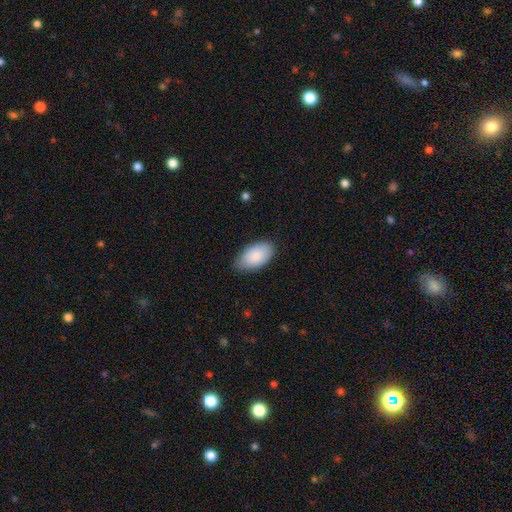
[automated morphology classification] The model was most divided on "merging": none: 72%, minor disturbance: 23%, major disturbance: 3%, merger: 1%. More confident: how rounded — in between (95%); smooth or featured — smooth (87%).